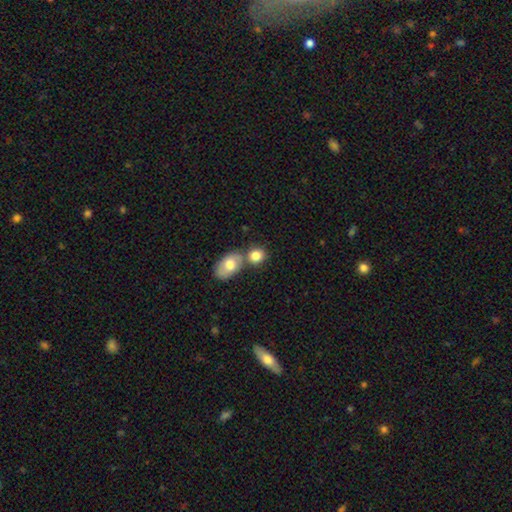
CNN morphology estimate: smooth-or-featured: smooth: 81% | featured or disk: 11% | star or artifact: 8%
  how-rounded: round: 56% | in between: 43% | cigar-shaped: 2%
  merging: none: 45% | merger: 42% | minor disturbance: 9% | major disturbance: 3%